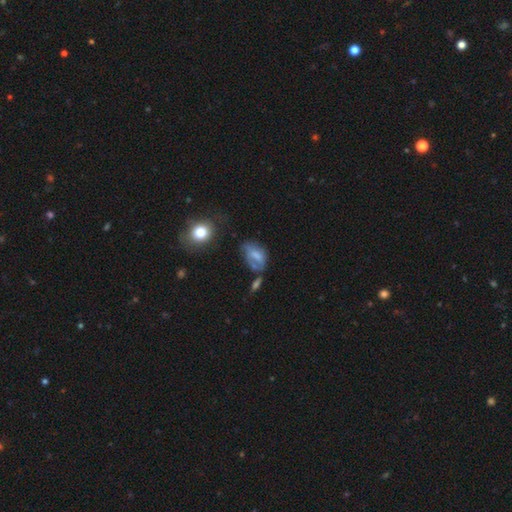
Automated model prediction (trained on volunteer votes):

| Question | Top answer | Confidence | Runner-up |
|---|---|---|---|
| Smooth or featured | smooth | 58% | featured or disk (32%) |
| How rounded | in between | 86% | round (12%) |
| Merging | none | 37% | minor disturbance (30%) |